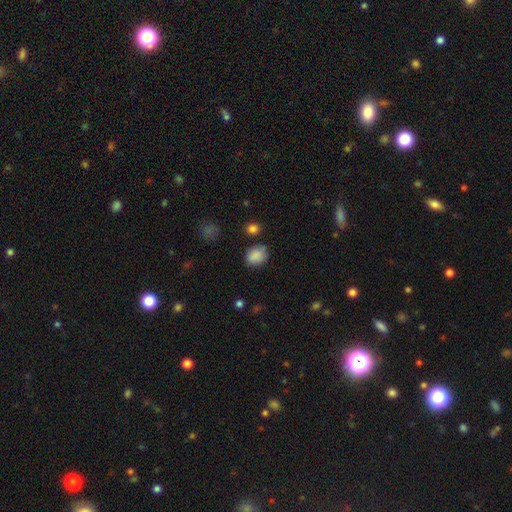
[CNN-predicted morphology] Smooth or featured: smooth — 86% (star or artifact — 9%)
How rounded: in between — 53% (round — 46%)
Merging: none — 72% (minor disturbance — 19%)